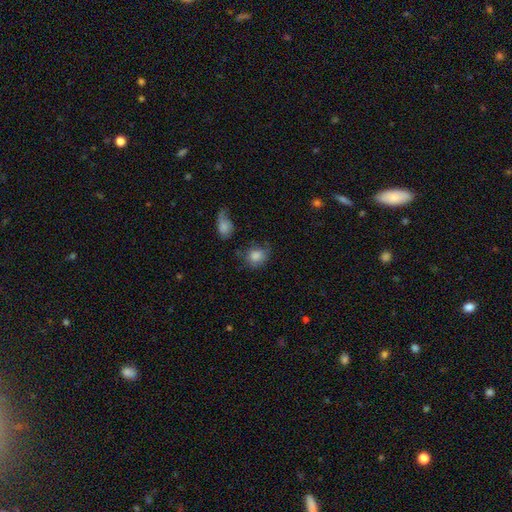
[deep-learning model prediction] Smooth or featured? smooth (82%)
How rounded? round (62%)
Merging? none (57%)